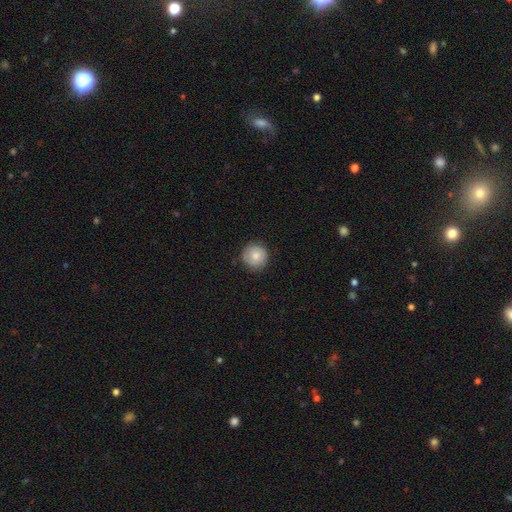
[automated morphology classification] The model was most divided on "smooth or featured": smooth: 78%, featured or disk: 15%, star or artifact: 8%. More confident: how rounded — round (94%); merging — none (85%).